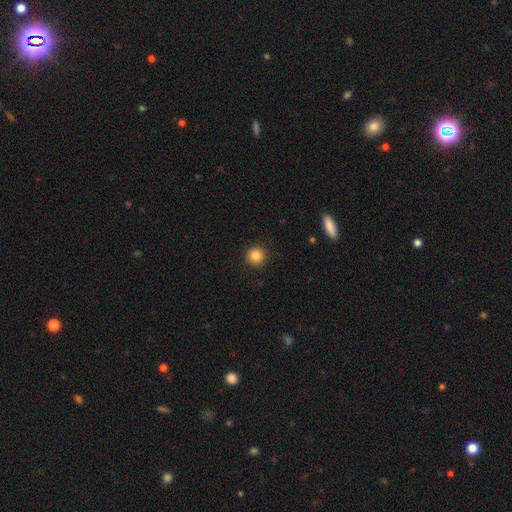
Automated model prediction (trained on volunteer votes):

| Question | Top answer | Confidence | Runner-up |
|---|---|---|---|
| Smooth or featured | smooth | 85% | star or artifact (10%) |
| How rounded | round | 95% | in between (4%) |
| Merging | none | 92% | minor disturbance (5%) |